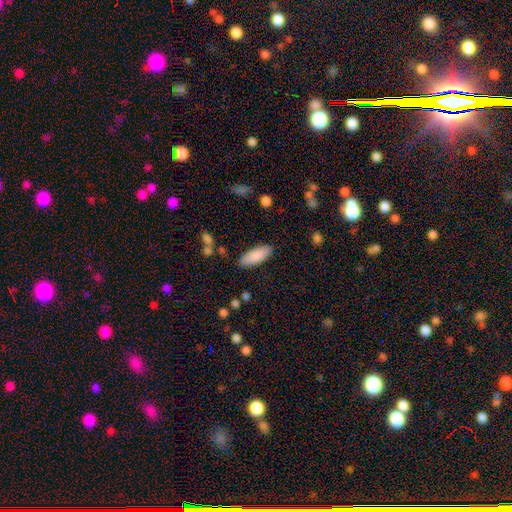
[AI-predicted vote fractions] smooth 87%, featured or disk 7%, star or artifact 6%. Down the decision tree: how rounded — in between (71%); merging — none (86%).